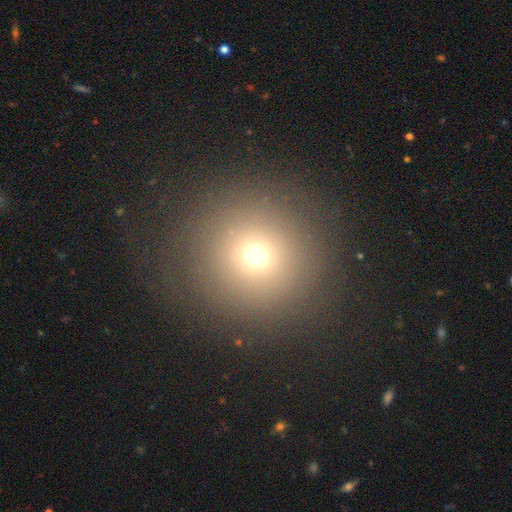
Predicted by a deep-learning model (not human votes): This is likely a smooth galaxy (69%). How rounded: clearly round (95%). Merging: clearly none (87%).